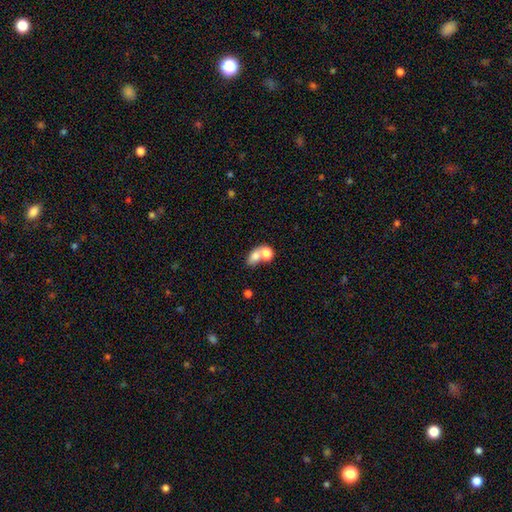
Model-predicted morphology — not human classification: Smooth or featured? Predicted: smooth (p=0.74). How rounded? Predicted: in between (p=0.68). Merging? Predicted: merger (p=0.60).